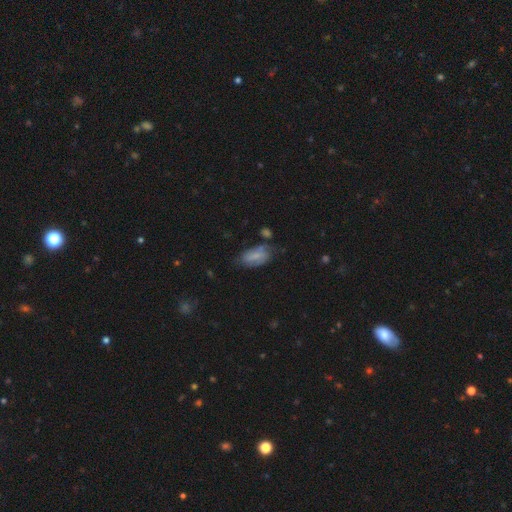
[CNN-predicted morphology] Smooth or featured? smooth (55%)
How rounded? in between (90%)
Merging? none (57%)